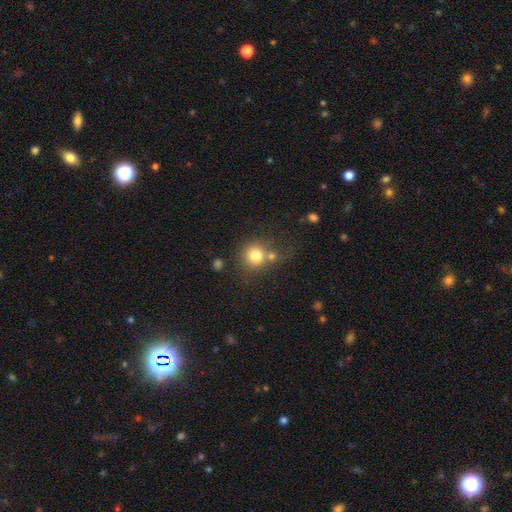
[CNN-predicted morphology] smooth 78%, star or artifact 11%, featured or disk 11%. Down the decision tree: how rounded — round (87%); merging — none (53%).